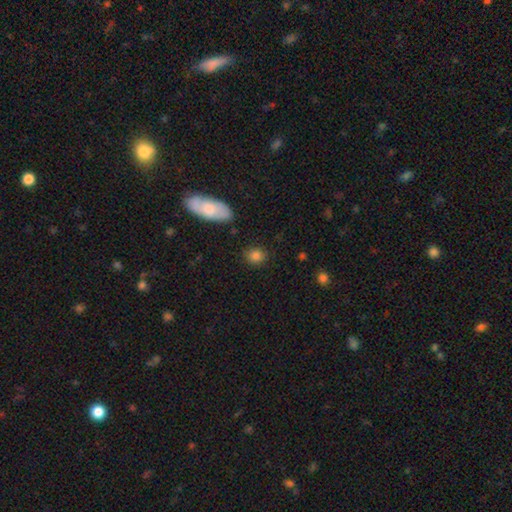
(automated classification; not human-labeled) smooth_or_featured: smooth (p=0.84) [alt: star or artifact p=0.10]
how_rounded: round (p=0.67) [alt: in between p=0.32]
merging: none (p=0.84) [alt: minor disturbance p=0.11]